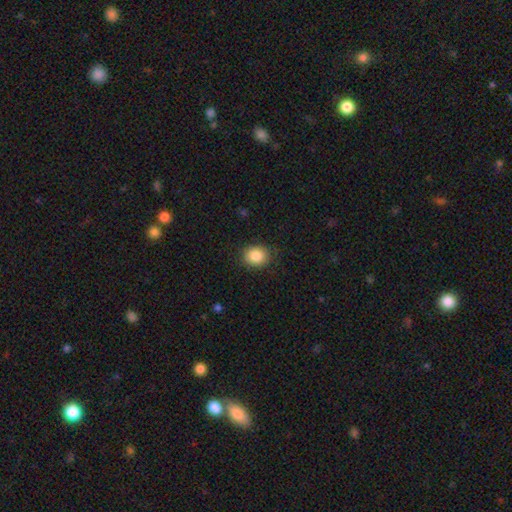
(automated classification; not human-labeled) A smooth galaxy with no disk features (86%) that is round (62%). Merging: none (87%).